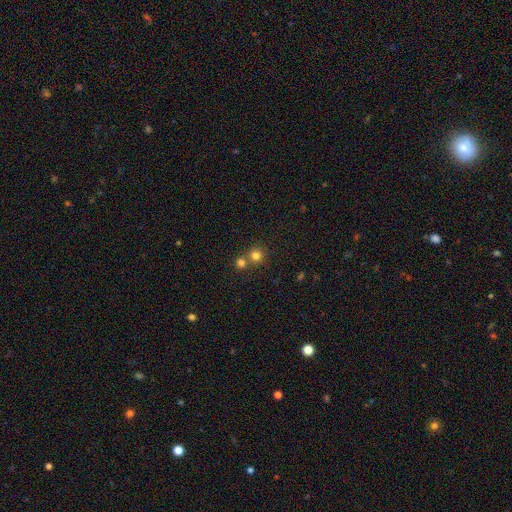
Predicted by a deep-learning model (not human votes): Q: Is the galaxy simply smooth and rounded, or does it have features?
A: smooth — 79%.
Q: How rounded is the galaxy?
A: round — 92%.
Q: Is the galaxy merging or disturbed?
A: none — 61%.